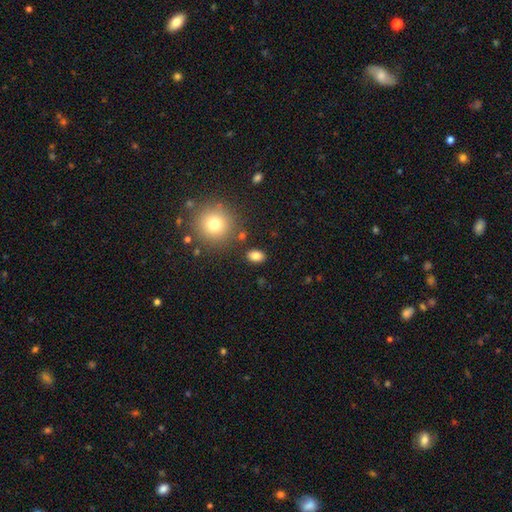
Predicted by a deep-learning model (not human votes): smooth_or_featured: smooth (p=0.82) [alt: star or artifact p=0.11]
how_rounded: in between (p=0.75) [alt: round p=0.23]
merging: none (p=0.84) [alt: minor disturbance p=0.09]